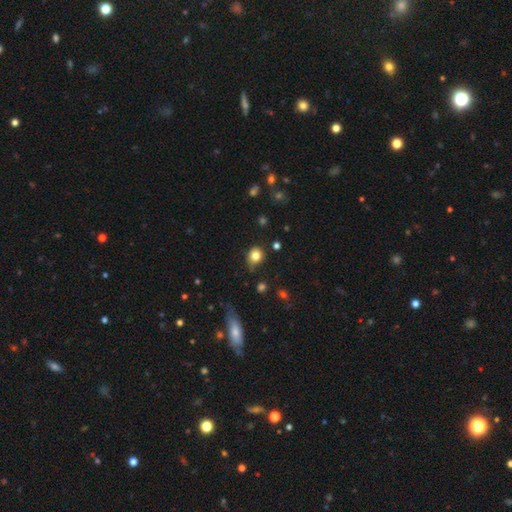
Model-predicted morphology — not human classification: This is clearly a smooth galaxy (81%). How rounded: likely round (71%). Merging: likely none (69%).